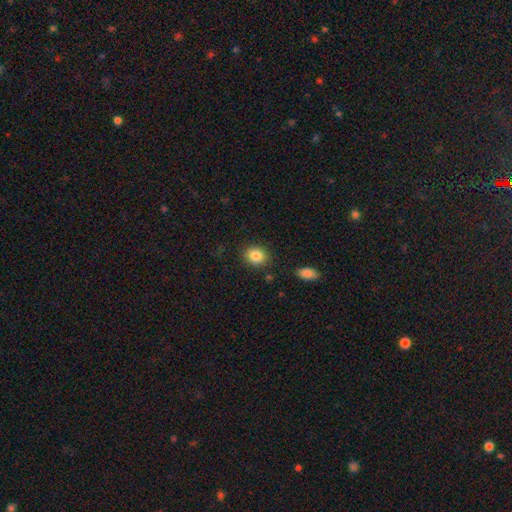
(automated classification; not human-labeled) smooth 85%, star or artifact 9%, featured or disk 6%. Down the decision tree: how rounded — round (64%); merging — none (86%).